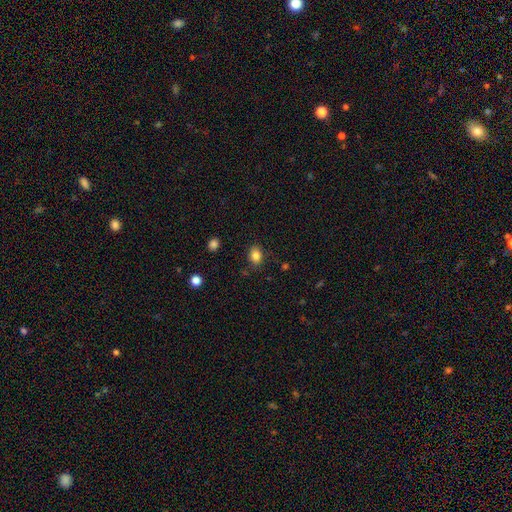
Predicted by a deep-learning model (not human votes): Overall: smooth (84%). How rounded: in between (74%). Merging: none (82%).